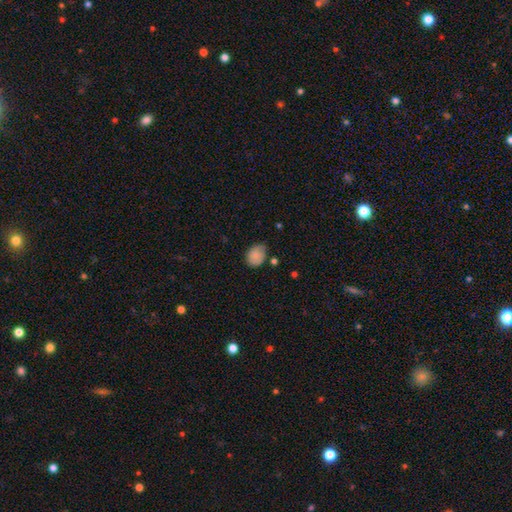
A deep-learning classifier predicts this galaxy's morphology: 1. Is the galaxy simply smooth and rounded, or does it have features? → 81% smooth, 10% featured or disk, 9% star or artifact.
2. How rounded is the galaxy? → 57% in between, 42% round, 1% cigar-shaped.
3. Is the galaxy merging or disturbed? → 54% none, 33% minor disturbance, 9% major disturbance, 4% merger.